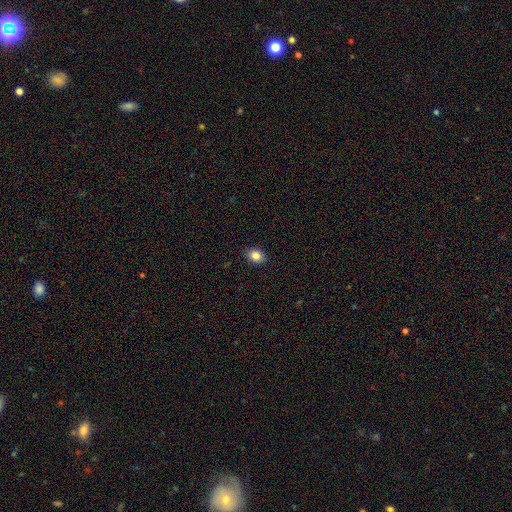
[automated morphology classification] Smooth or featured? smooth (85%)
How rounded? in between (63%)
Merging? none (89%)